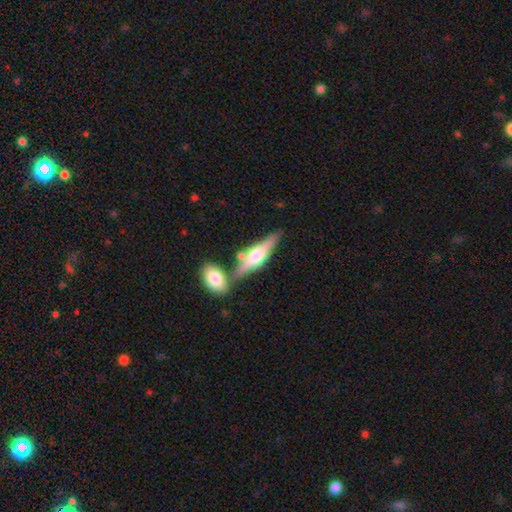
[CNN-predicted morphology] A featured or disk galaxy (66%) viewed edge-on (94%) with a rounded central bulge (86%). Merging: none (66%).